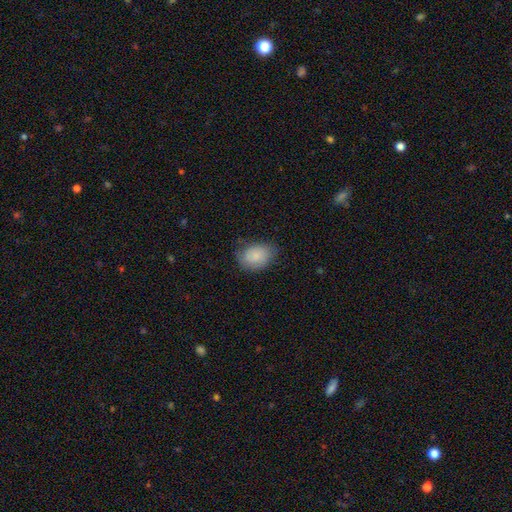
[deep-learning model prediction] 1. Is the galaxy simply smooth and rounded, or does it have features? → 80% smooth, 12% featured or disk, 7% star or artifact.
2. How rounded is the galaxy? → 80% in between, 19% round, 1% cigar-shaped.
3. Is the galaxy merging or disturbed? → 71% none, 22% minor disturbance, 6% major disturbance, 1% merger.